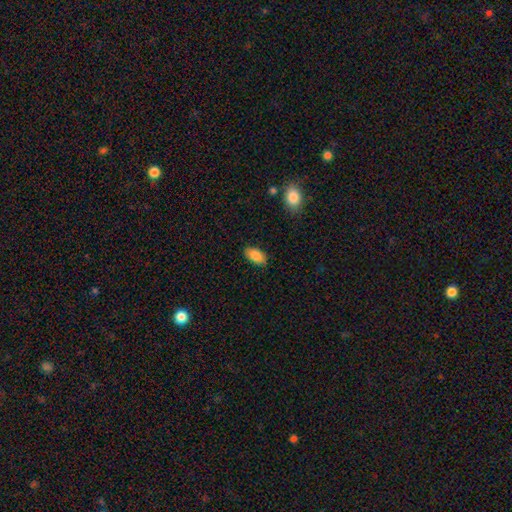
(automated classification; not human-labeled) Smooth or featured? Predicted: smooth (p=0.87). How rounded? Predicted: in between (p=0.93). Merging? Predicted: none (p=0.85).